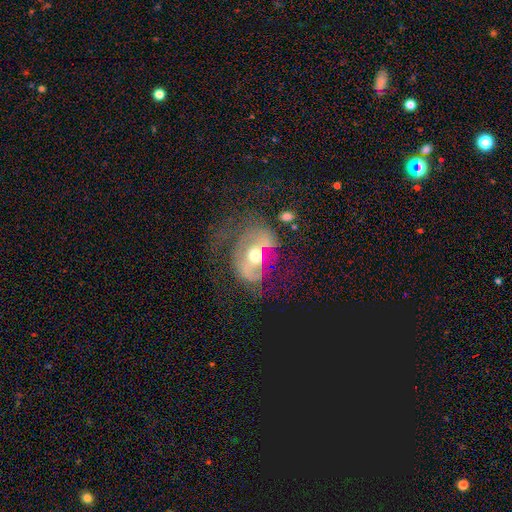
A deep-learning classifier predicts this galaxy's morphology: smooth-or-featured: featured or disk: 69% | smooth: 22% | star or artifact: 9%
  disk-edge-on: no: 95% | yes: 5%
    bar: no: 49% | weak: 30% | strong: 20%
    has-spiral-arms: yes: 52% | no: 48%
    bulge-size: moderate: 73% | large: 14% | small: 10% | dominant: 2% | none: 1%
  merging: none: 39% | major disturbance: 36% | minor disturbance: 20% | merger: 6%